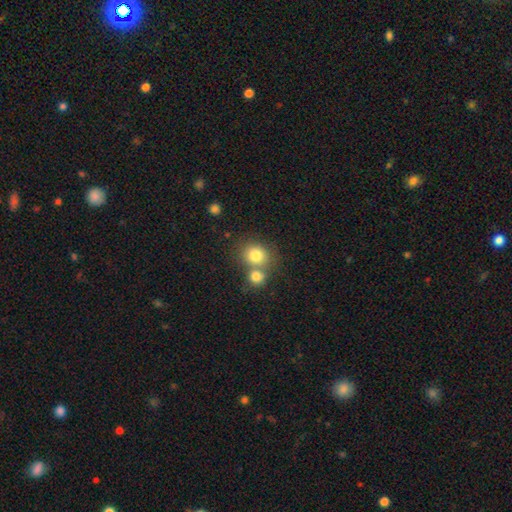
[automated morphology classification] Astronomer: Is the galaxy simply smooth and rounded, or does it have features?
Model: smooth — 80%.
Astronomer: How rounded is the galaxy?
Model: round — 76%.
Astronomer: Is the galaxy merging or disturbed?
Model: none — 46% (runner-up: merger, 43%).